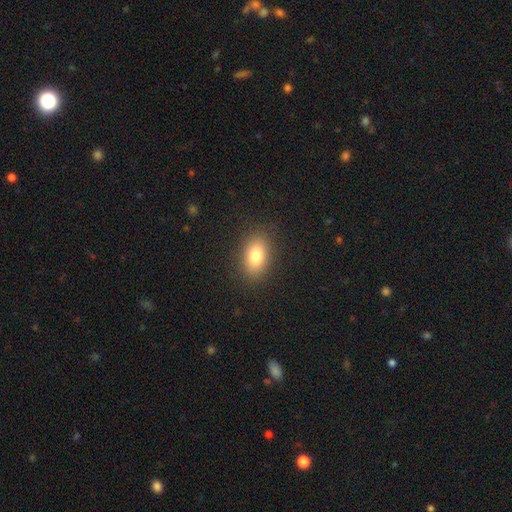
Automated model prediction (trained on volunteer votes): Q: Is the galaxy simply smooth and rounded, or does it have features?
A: smooth — 80%.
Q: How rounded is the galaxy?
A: in between — 85%.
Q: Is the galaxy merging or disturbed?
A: none — 87%.